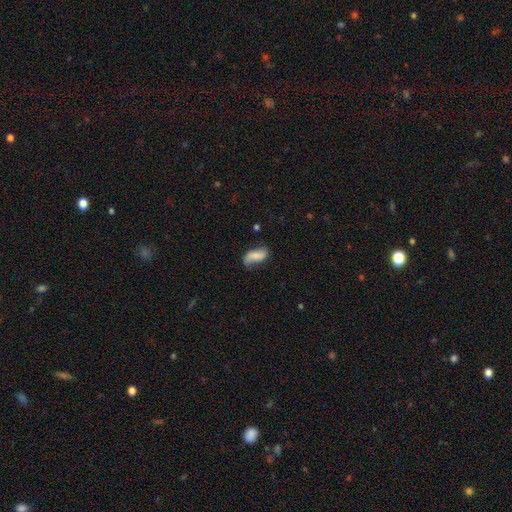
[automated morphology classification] Smooth or featured: smooth — 69% (featured or disk — 23%)
How rounded: in between — 85% (cigar-shaped — 12%)
Merging: none — 56% (minor disturbance — 31%)